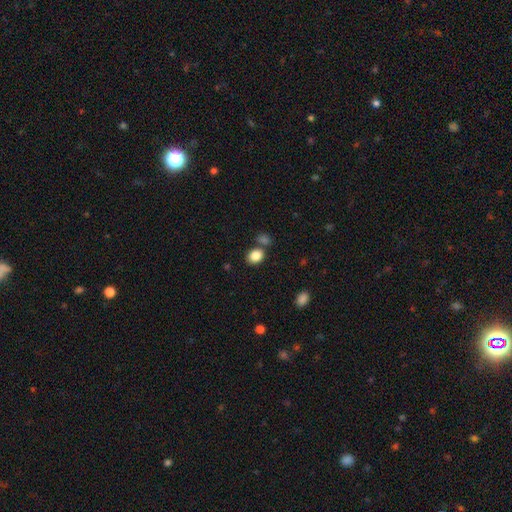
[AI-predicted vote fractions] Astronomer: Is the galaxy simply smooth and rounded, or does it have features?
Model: smooth — 85%.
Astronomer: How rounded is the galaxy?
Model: in between — 55% (runner-up: round, 44%).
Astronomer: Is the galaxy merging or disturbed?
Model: none — 70%.